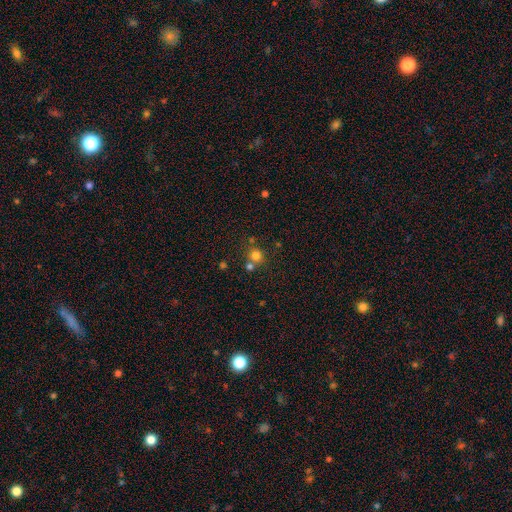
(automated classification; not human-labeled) A smooth galaxy with no disk features (77%) that is round (91%).

Vote fractions:
- Smooth or featured? smooth: 77% / star or artifact: 16% / featured or disk: 7%
- How rounded? round: 91% / in between: 8% / cigar-shaped: 1%
- Merging? none: 63% / merger: 27% / minor disturbance: 7% / major disturbance: 3%